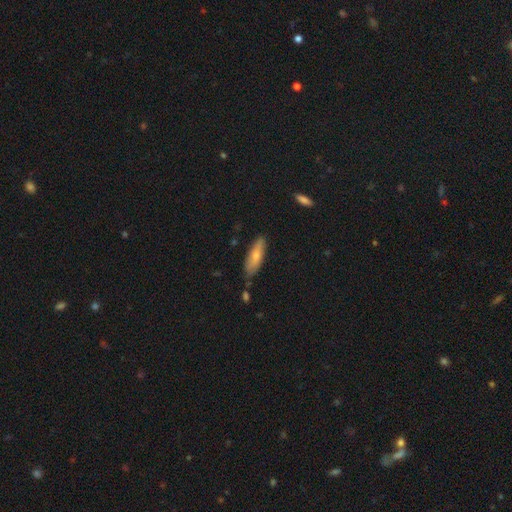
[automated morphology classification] This appears to be a smooth galaxy with no disk features (70%) that is in between round and cigar-shaped (50%). Merging: none (72%).